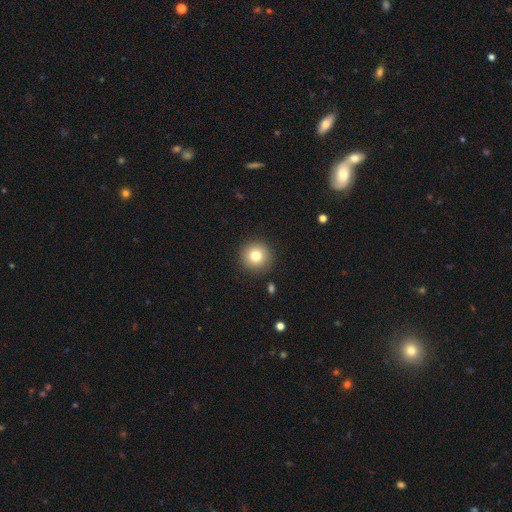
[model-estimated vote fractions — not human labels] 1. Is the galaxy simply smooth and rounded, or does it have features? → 79% smooth, 11% star or artifact, 10% featured or disk.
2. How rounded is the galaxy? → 95% round, 4% in between, 1% cigar-shaped.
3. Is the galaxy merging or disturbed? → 90% none, 6% minor disturbance, 2% major disturbance, 1% merger.